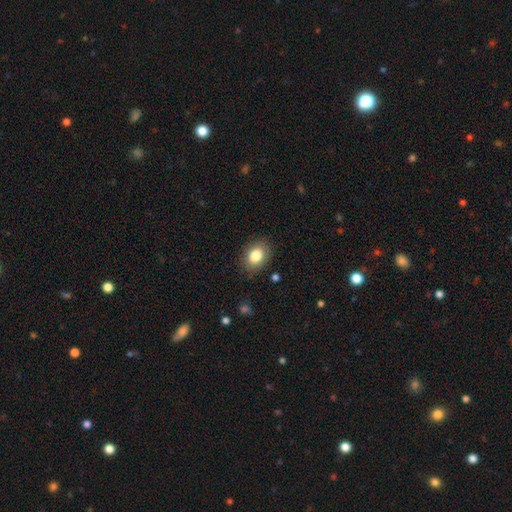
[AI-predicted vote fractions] The model was most divided on "how rounded": in between: 63%, round: 36%, cigar-shaped: 1%. More confident: merging — none (86%); smooth or featured — smooth (82%).